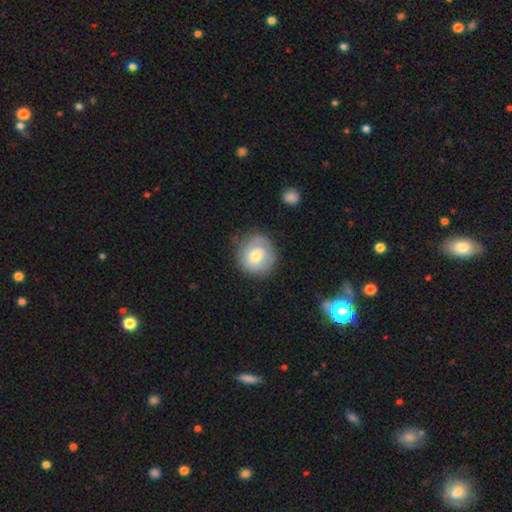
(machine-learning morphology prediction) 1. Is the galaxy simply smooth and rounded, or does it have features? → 51% smooth, 42% featured or disk, 7% star or artifact.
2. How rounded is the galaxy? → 88% round, 11% in between, 1% cigar-shaped.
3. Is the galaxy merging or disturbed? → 72% none, 18% minor disturbance, 7% major disturbance, 2% merger.